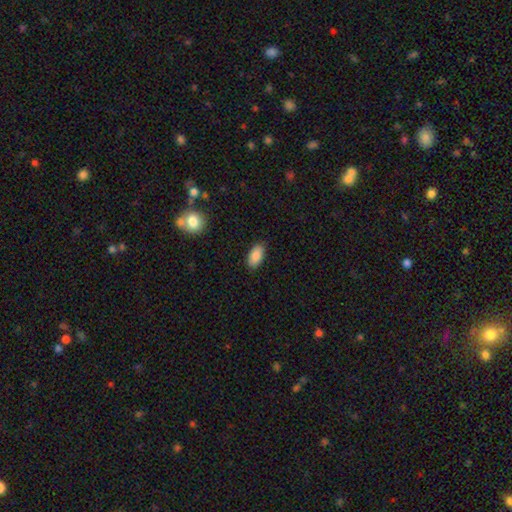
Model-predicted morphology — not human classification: type=smooth (87%); roundness=in between (93%); merging=none (87%).